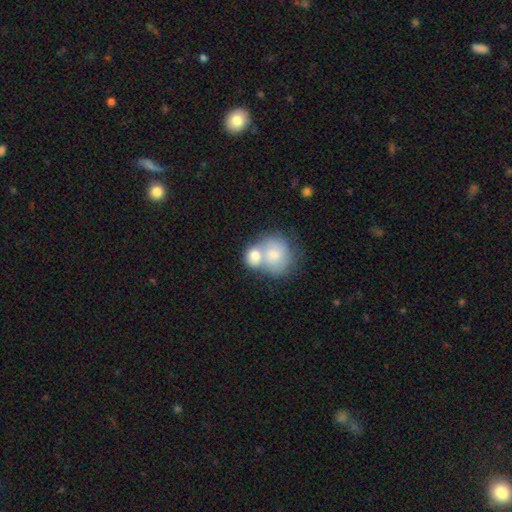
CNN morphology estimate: smooth_or_featured: smooth (p=0.54) [alt: star or artifact p=0.27]
how_rounded: round (p=0.79) [alt: in between p=0.19]
merging: none (p=0.58) [alt: merger p=0.27]